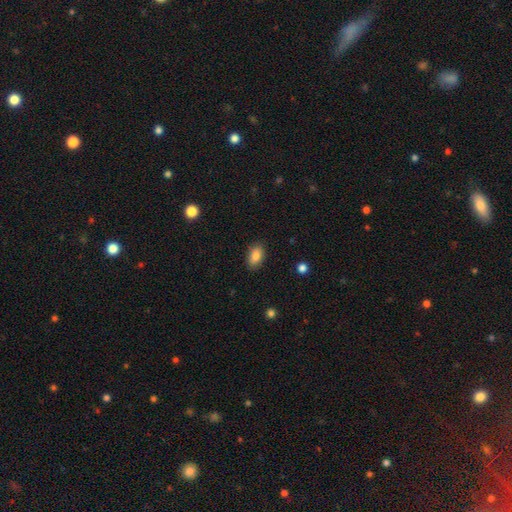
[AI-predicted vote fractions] Smooth or featured? smooth (86%)
How rounded? in between (90%)
Merging? none (86%)